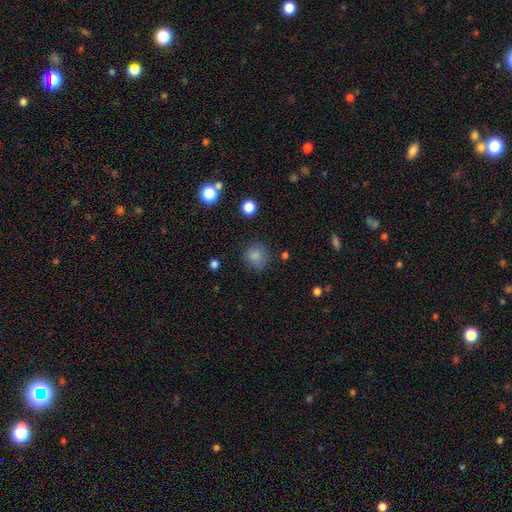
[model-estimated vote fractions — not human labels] This is clearly a smooth galaxy (82%). How rounded: clearly round (86%). Merging: likely none (80%).